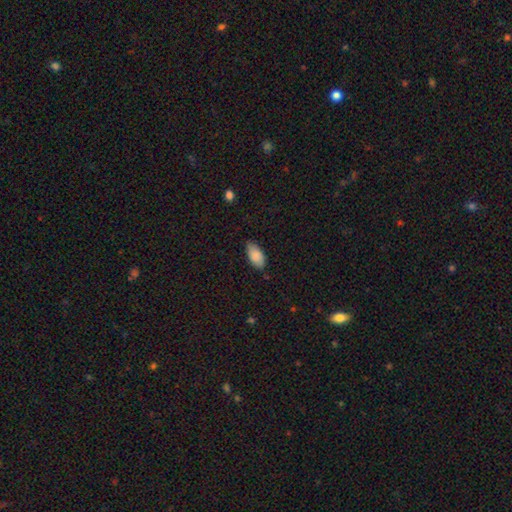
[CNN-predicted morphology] smooth_or_featured: smooth (p=0.88) [alt: star or artifact p=0.06]
how_rounded: in between (p=0.93) [alt: cigar-shaped p=0.05]
merging: none (p=0.77) [alt: minor disturbance p=0.19]